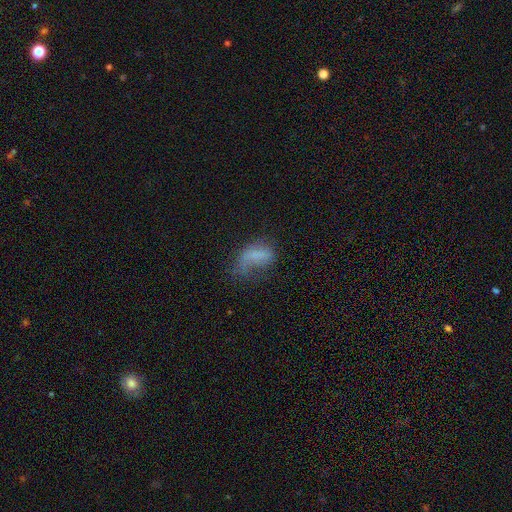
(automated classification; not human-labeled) smooth_or_featured: smooth (p=0.54) [alt: featured or disk p=0.33]
how_rounded: in between (p=0.86) [alt: round p=0.09]
merging: major disturbance (p=0.43) [alt: none p=0.27]